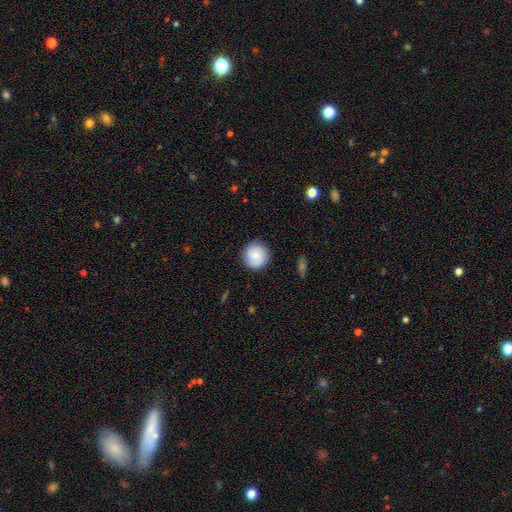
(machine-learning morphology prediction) A smooth galaxy with no disk features (71%) that is round (93%). Merging: none (87%).